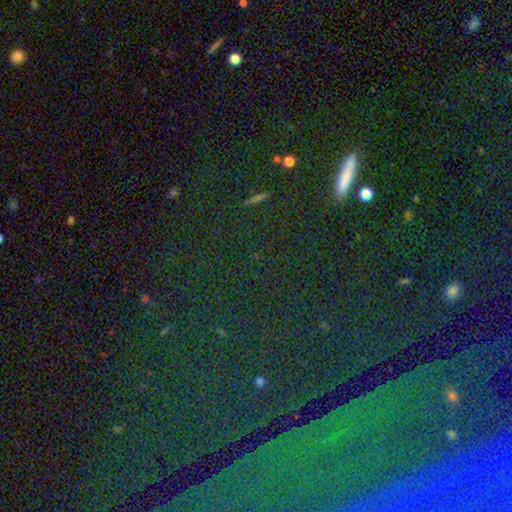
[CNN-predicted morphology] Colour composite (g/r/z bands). It shows a star or artifact, not a galaxy (72%).